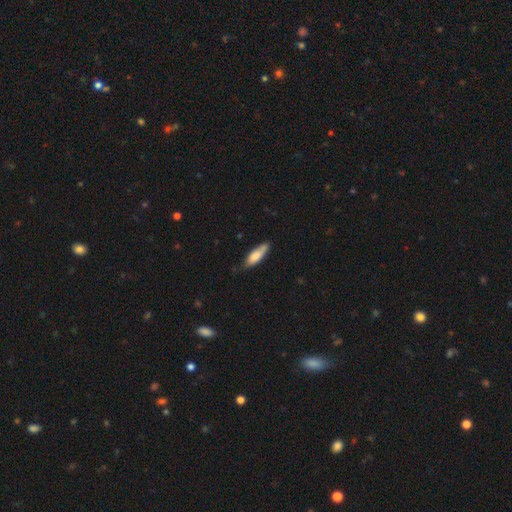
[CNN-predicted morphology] Smooth or featured? Predicted: smooth (p=0.79). How rounded? Predicted: cigar-shaped (p=0.50). Merging? Predicted: none (p=0.69).